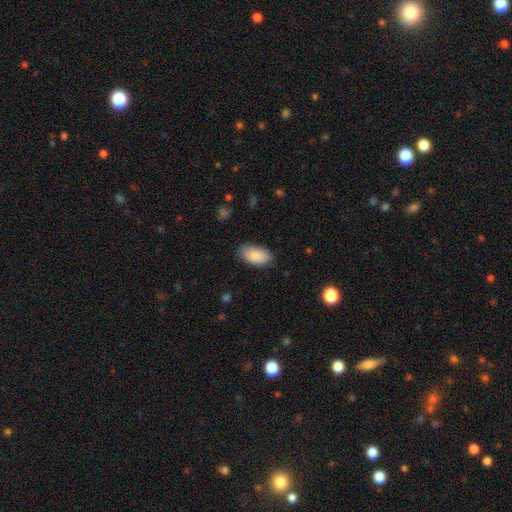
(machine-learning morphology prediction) type=smooth (88%); roundness=in between (95%); merging=none (81%).